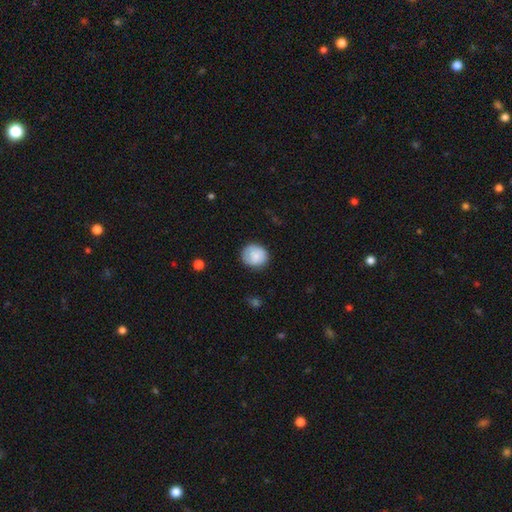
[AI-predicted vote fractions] smooth 80%, featured or disk 13%, star or artifact 7%. Down the decision tree: how rounded — round (78%); merging — none (79%).